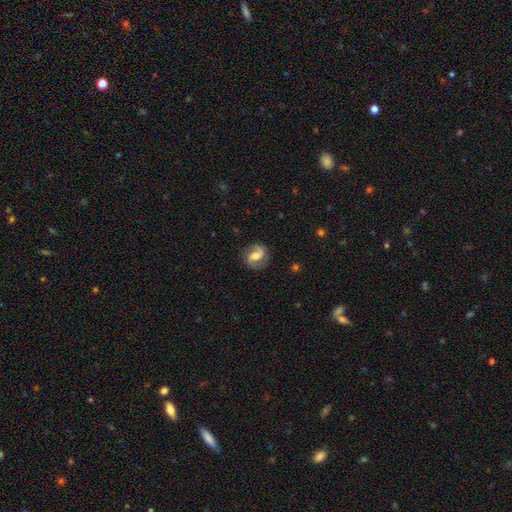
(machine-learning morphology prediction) This is clearly a featured or disk galaxy (80%). It is clearly not viewed edge-on (98%). Bar: possibly weak (47%). Spiral arm pattern: clearly yes (95%). Spiral arm count: clearly 2 (91%). Spiral winding: possibly medium (47%). Central bulge: likely moderate (62%). Merging: clearly none (82%).